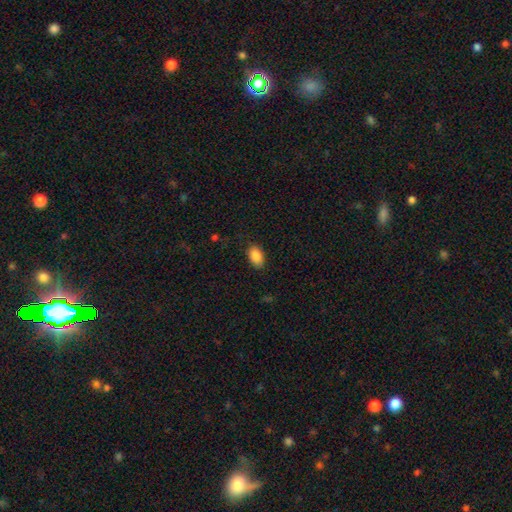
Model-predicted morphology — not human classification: smooth-or-featured: smooth: 88% | star or artifact: 7% | featured or disk: 4%
  how-rounded: in between: 91% | round: 7% | cigar-shaped: 2%
  merging: none: 84% | minor disturbance: 12% | major disturbance: 3% | merger: 1%